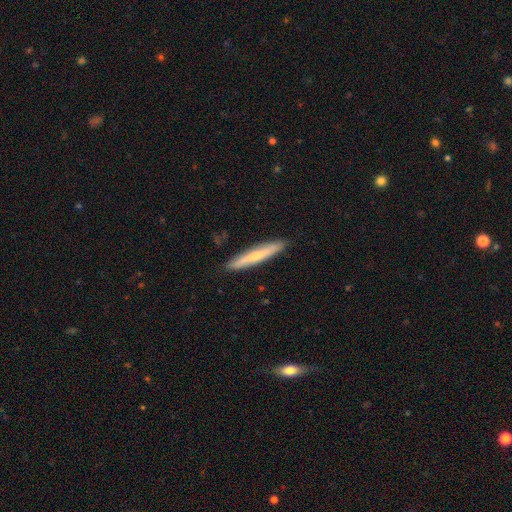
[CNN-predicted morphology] Smooth or featured?
  - smooth: 51% *
  - featured or disk: 43%
  - star or artifact: 6%
How rounded?
  - cigar-shaped: 94% *
  - in between: 5%
  - round: 1%
Merging?
  - none: 90% *
  - minor disturbance: 7%
  - major disturbance: 1%
  - merger: 1%